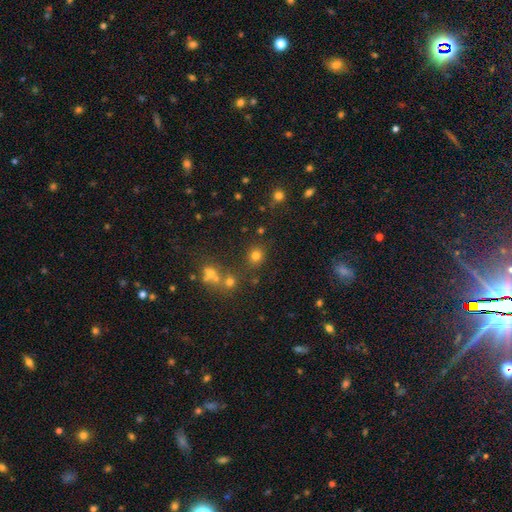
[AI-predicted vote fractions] This appears to be a smooth galaxy with no disk features (74%) that is round (80%). Merging: none (78%).